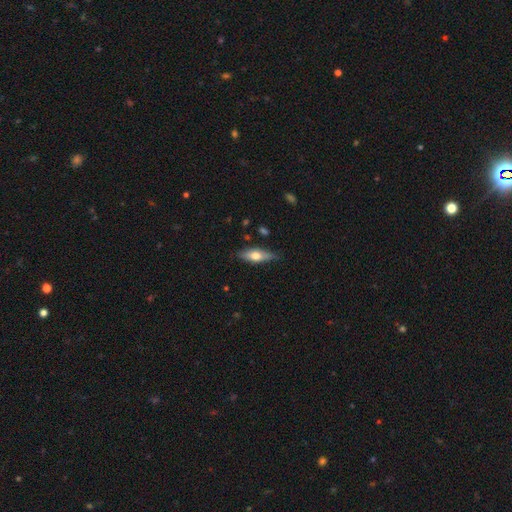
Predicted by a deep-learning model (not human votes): Morphology: type=smooth (54%); roundness=in between (55%); merging=none (78%).